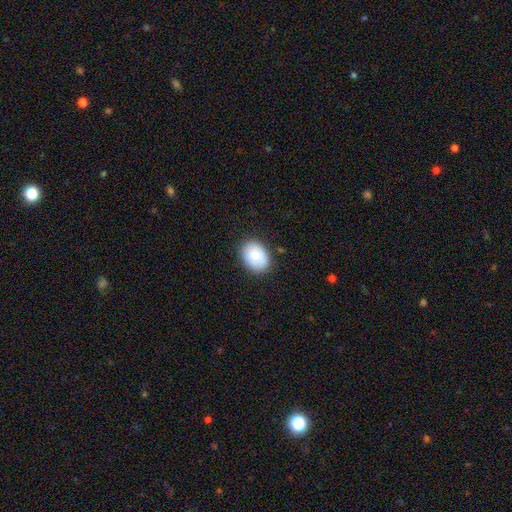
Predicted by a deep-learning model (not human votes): Overall: smooth (79%). How rounded: in between (68%; round 31%). Merging: none (82%).